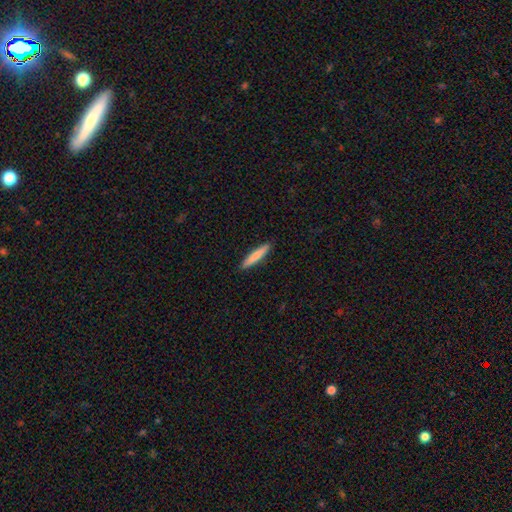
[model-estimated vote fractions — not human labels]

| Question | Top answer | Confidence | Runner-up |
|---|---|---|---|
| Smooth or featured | smooth | 76% | featured or disk (19%) |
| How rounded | cigar-shaped | 93% | in between (6%) |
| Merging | none | 91% | minor disturbance (6%) |